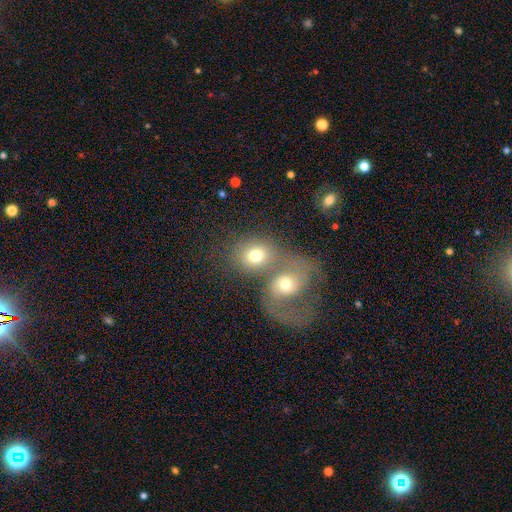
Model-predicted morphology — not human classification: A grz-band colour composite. It shows a smooth galaxy with no disk features (61%) that is round (58%). Merging: merger (64%).